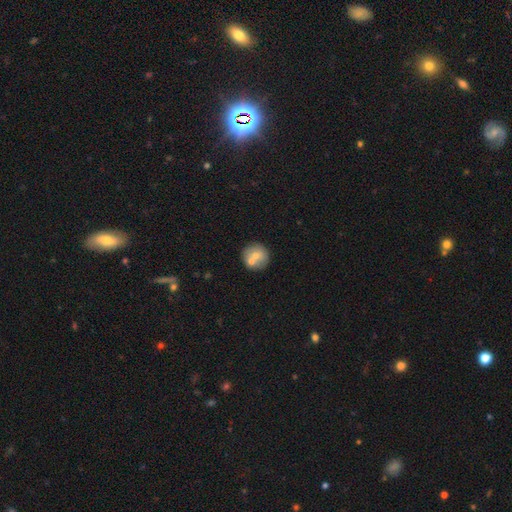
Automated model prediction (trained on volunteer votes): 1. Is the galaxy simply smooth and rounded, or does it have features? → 69% smooth, 23% featured or disk, 8% star or artifact.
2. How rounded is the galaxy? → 92% round, 7% in between, 1% cigar-shaped.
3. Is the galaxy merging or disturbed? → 63% none, 24% merger, 10% minor disturbance, 3% major disturbance.